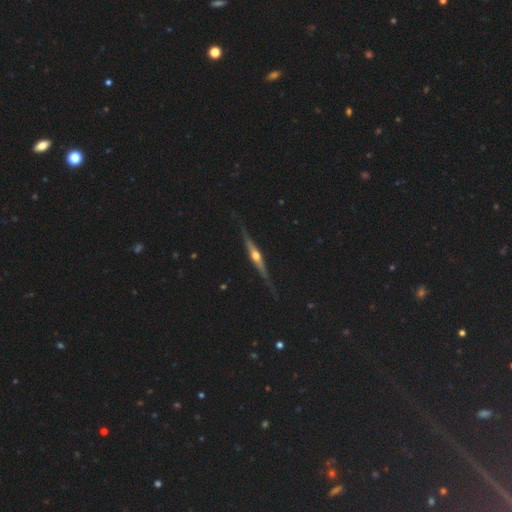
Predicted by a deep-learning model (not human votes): featured or disk 79%, smooth 16%, star or artifact 5%. Down the decision tree: edge-on disk — yes (97%); edge-on bulge — rounded (91%); merging — none (80%).